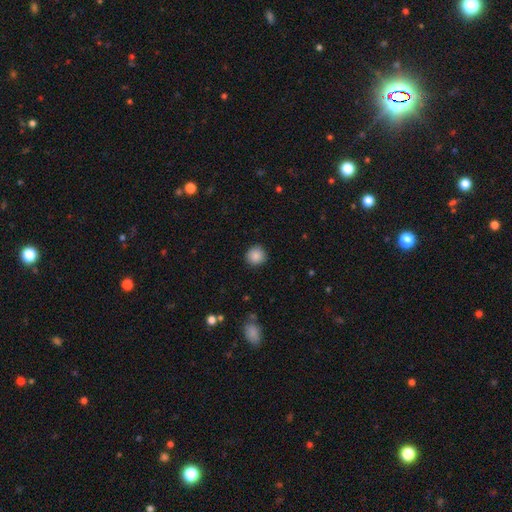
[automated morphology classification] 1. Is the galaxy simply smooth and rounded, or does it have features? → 87% smooth, 9% star or artifact, 3% featured or disk.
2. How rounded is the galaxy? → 92% round, 7% in between, 1% cigar-shaped.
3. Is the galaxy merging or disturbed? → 89% none, 8% minor disturbance, 2% major disturbance, 1% merger.